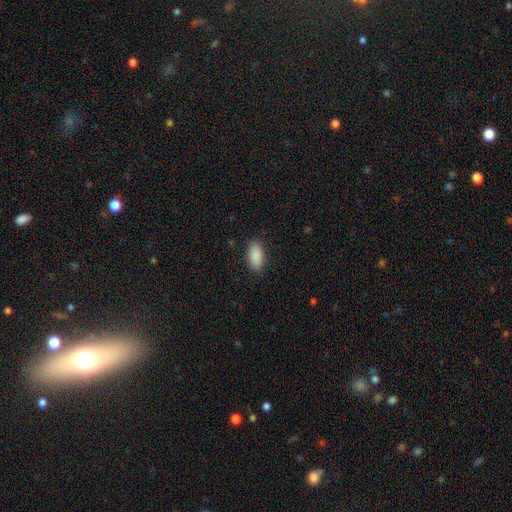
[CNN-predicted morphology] The model was most divided on "merging": none: 87%, minor disturbance: 9%, major disturbance: 3%, merger: 1%. More confident: how rounded — in between (92%); smooth or featured — smooth (90%).